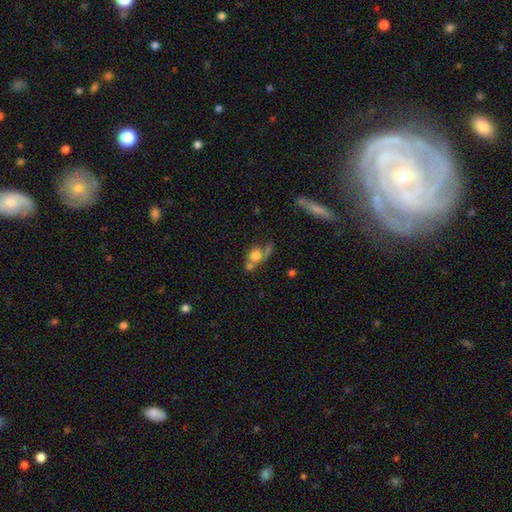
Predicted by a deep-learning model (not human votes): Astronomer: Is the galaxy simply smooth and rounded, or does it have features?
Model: smooth — 68%.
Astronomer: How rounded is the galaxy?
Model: round — 68%.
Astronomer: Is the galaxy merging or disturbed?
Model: merger — 39% (runner-up: none, 36%).